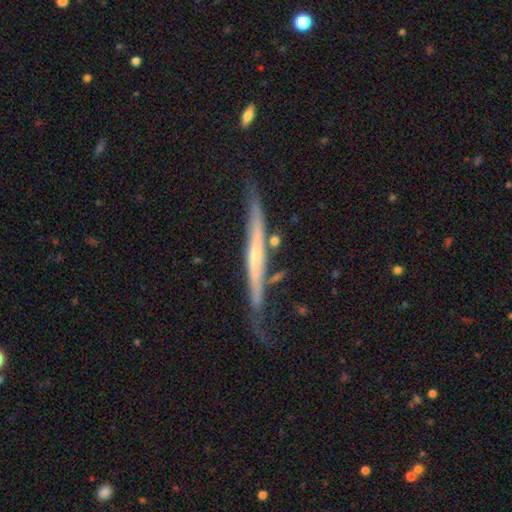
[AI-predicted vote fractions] This appears to be a featured or disk galaxy (75%) viewed edge-on (92%) with a rounded central bulge (47%, tied with none). Merging: none (58%).